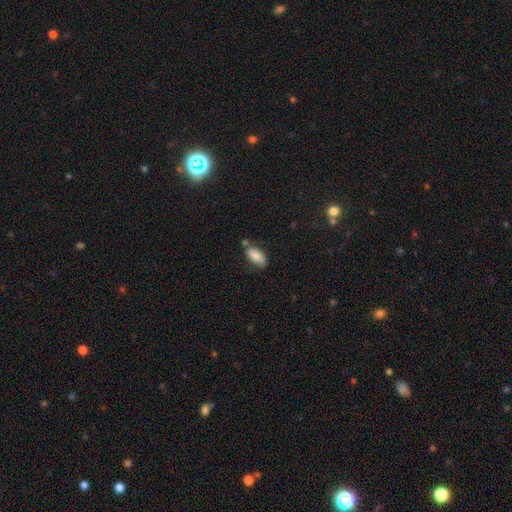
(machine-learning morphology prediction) smooth-or-featured: smooth: 81% | featured or disk: 12% | star or artifact: 7%
  how-rounded: in between: 92% | cigar-shaped: 6% | round: 3%
  merging: none: 64% | minor disturbance: 19% | merger: 12% | major disturbance: 4%